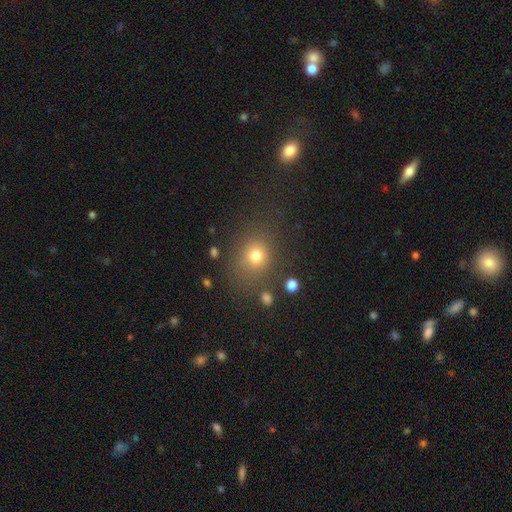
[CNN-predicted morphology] smooth 74%, star or artifact 17%, featured or disk 9%. Down the decision tree: how rounded — round (69%); merging — none (75%).